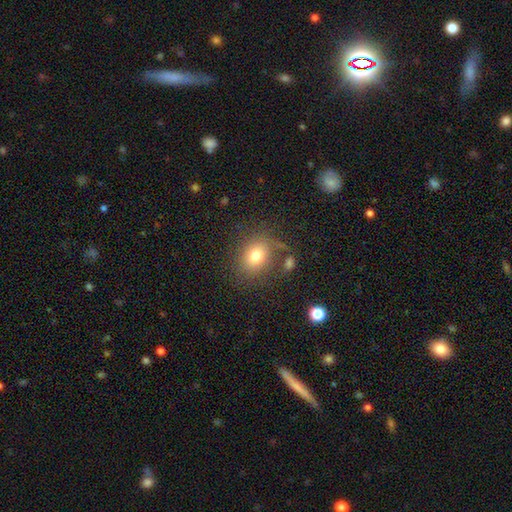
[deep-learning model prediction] This appears to be a smooth galaxy with no disk features (76%) that is round (54%). Merging: none (74%).